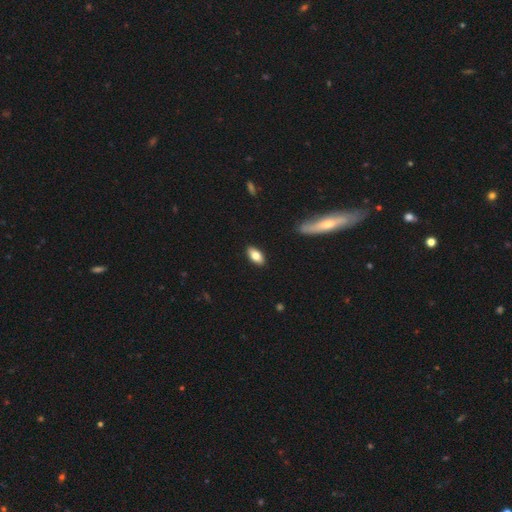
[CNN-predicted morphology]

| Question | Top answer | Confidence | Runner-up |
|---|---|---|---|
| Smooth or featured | smooth | 77% | featured or disk (16%) |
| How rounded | in between | 88% | cigar-shaped (9%) |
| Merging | none | 89% | minor disturbance (8%) |